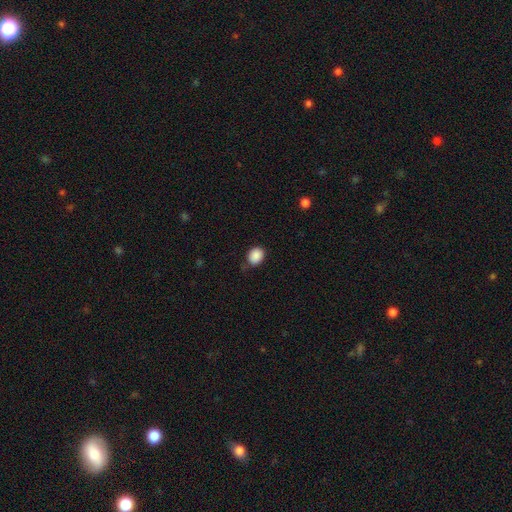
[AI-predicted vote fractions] Morphology: type=smooth (88%); roundness=in between (53%); merging=none (72%).